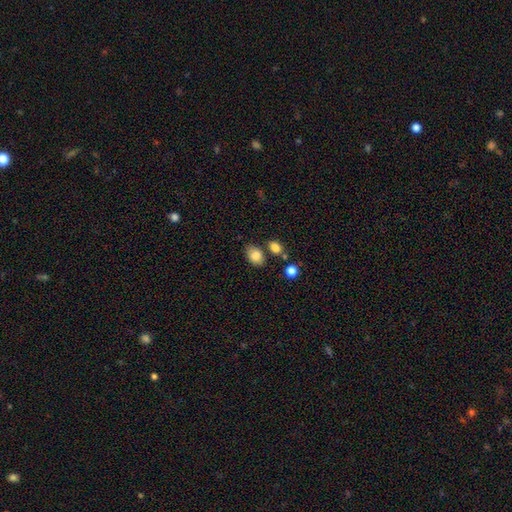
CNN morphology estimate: This appears to be a smooth galaxy with no disk features (83%) that is in between round and cigar-shaped (76%). Merging: none (73%).